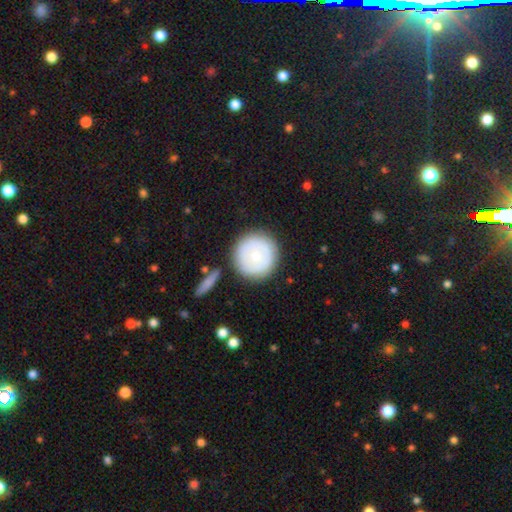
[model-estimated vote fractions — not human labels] Q: Smooth or featured?
A: smooth (66%); runner-up: featured or disk (28%)
Q: How rounded?
A: round (95%); runner-up: in between (4%)
Q: Merging?
A: none (83%); runner-up: minor disturbance (9%)